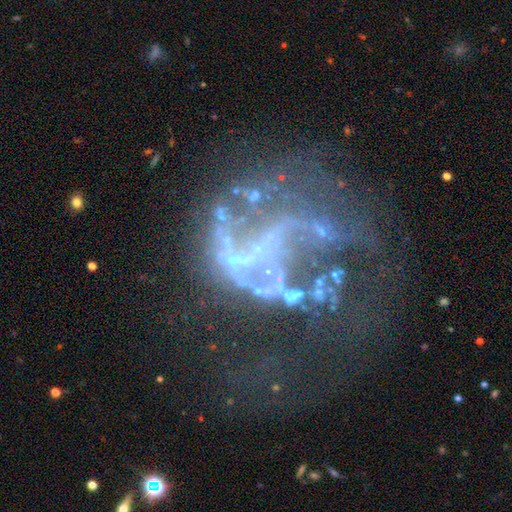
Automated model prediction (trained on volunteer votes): This is likely a featured or disk galaxy (73%). It is clearly not viewed edge-on (98%). Bar: likely no (72%). Spiral arm pattern: possibly no (55%). Central bulge: likely none (68%). Merging: possibly major disturbance (48%).